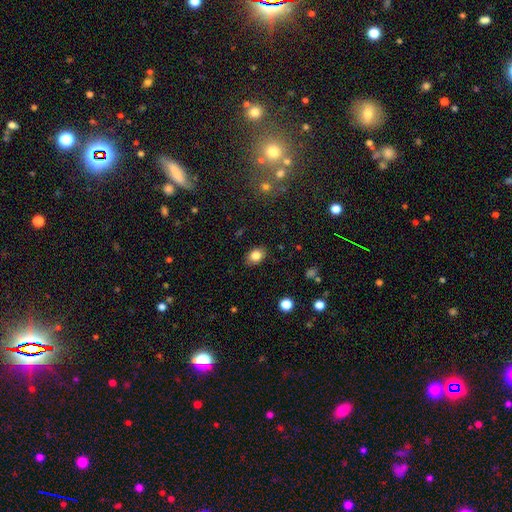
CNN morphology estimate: Smooth or featured? smooth (82%)
How rounded? in between (71%)
Merging? none (87%)